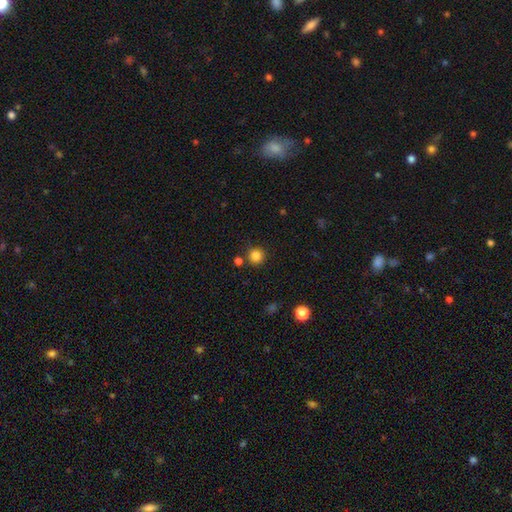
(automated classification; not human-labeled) This appears to be a smooth galaxy with no disk features (84%) that is round (94%). Merging: none (84%).